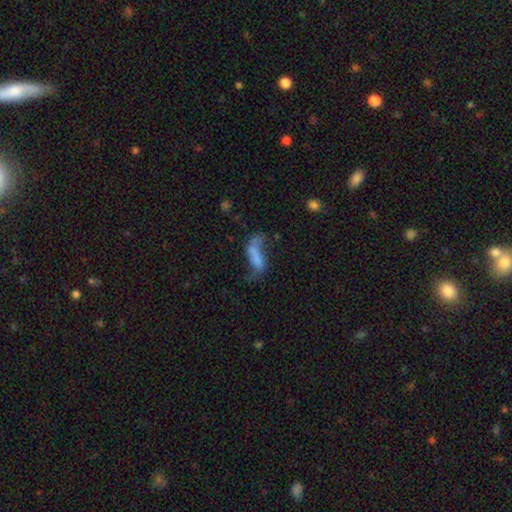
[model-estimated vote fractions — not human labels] Smooth or featured: smooth — 56% (featured or disk — 32%)
How rounded: in between — 62% (cigar-shaped — 34%)
Merging: major disturbance — 34% (none — 27%)